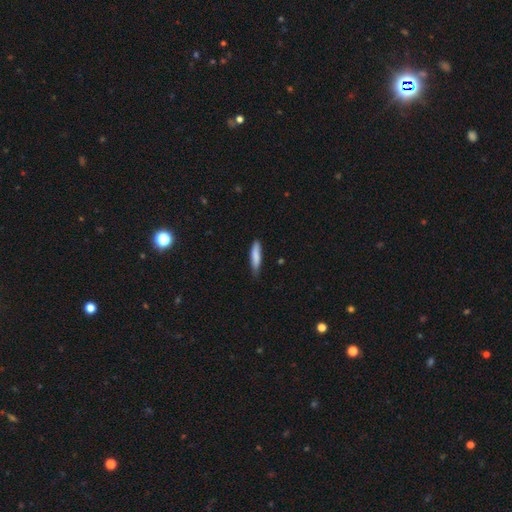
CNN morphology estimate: Smooth or featured? smooth (83%)
How rounded? cigar-shaped (81%)
Merging? none (71%)